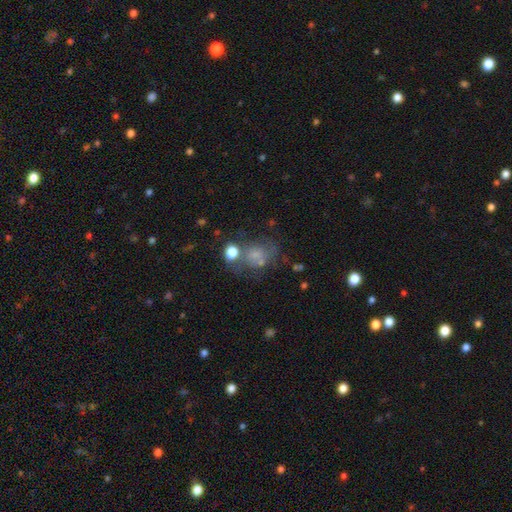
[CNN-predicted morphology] A smooth galaxy with no disk features (55%) that is round (54%). Merging: none (43%).